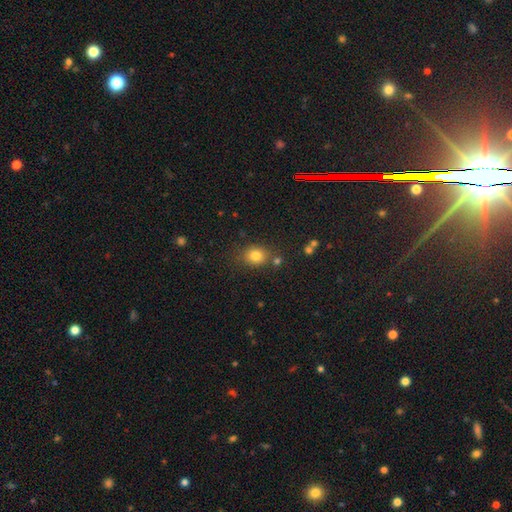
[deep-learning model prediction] This is likely a smooth galaxy (80%). How rounded: likely round (64%). Merging: likely none (75%).